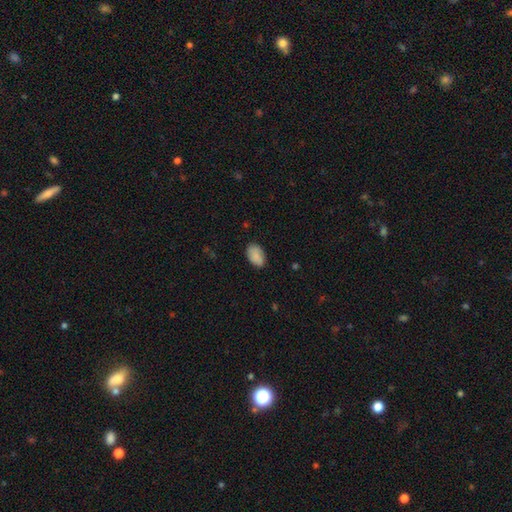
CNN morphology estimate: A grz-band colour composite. It shows a smooth galaxy with no disk features (88%) that is in between round and cigar-shaped (91%). Merging: none (80%).